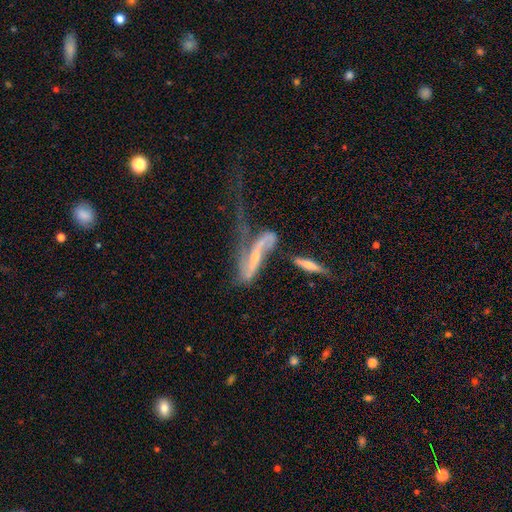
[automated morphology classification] This appears to be a featured or disk galaxy (72%) with no bar (42%), spiral arms (71%) and a small central bulge (56%). Merging: major disturbance (41%).